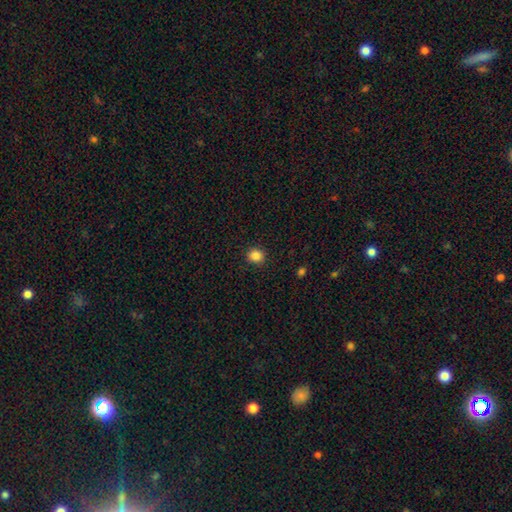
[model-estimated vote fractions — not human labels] Q: Smooth or featured?
A: smooth (86%); runner-up: star or artifact (11%)
Q: How rounded?
A: round (85%); runner-up: in between (14%)
Q: Merging?
A: none (91%); runner-up: minor disturbance (6%)